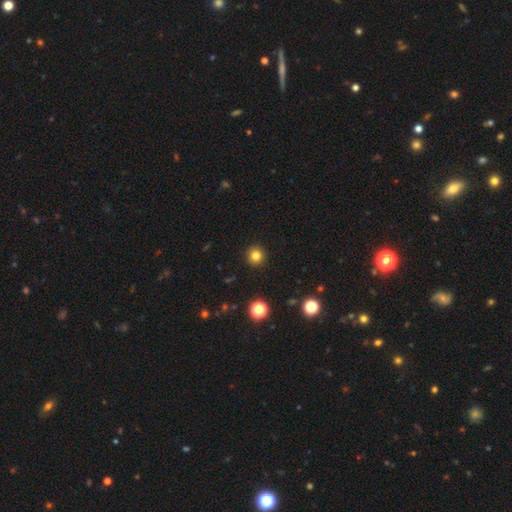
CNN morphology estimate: A smooth galaxy with no disk features (81%) that is round (93%). Merging: none (92%).